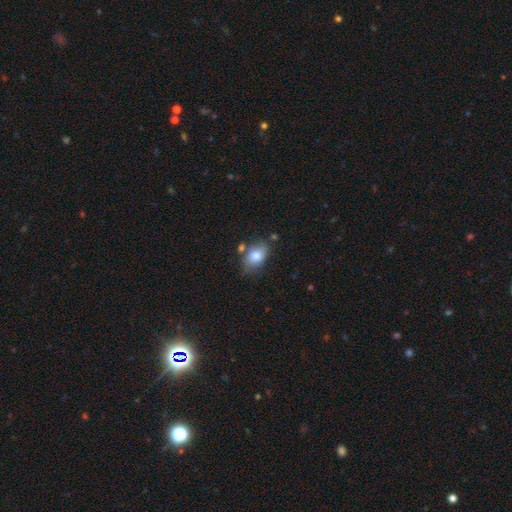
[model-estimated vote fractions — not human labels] A smooth galaxy with no disk features (76%) that is in between round and cigar-shaped (81%). Merging: none (63%).